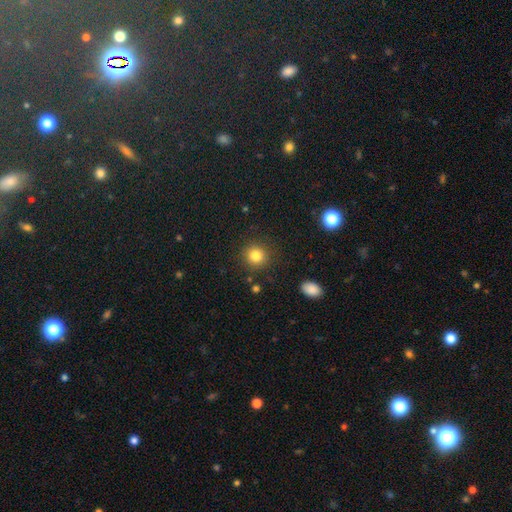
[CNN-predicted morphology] Smooth or featured?
  - smooth: 82% *
  - star or artifact: 12%
  - featured or disk: 6%
How rounded?
  - round: 92% *
  - in between: 7%
  - cigar-shaped: 1%
Merging?
  - none: 89% *
  - minor disturbance: 7%
  - major disturbance: 3%
  - merger: 2%